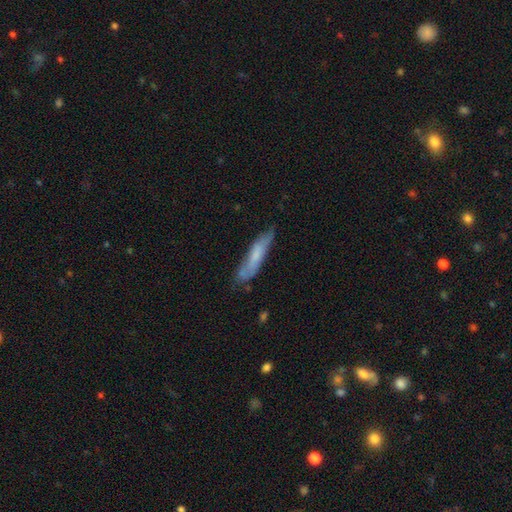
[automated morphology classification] smooth 56%, featured or disk 37%, star or artifact 7%. Down the decision tree: how rounded — cigar-shaped (82%); merging — none (62%).